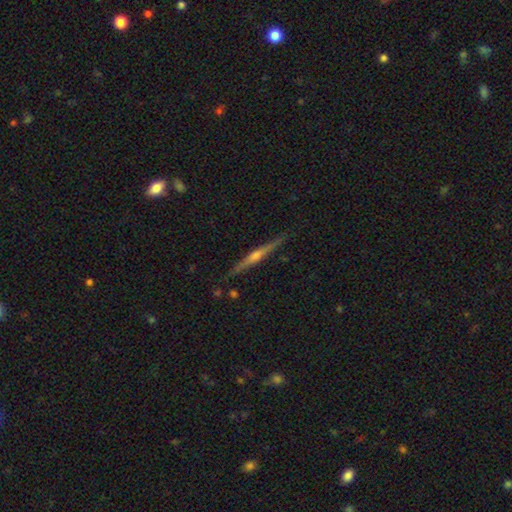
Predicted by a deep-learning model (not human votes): This appears to be a featured or disk galaxy (81%) viewed edge-on (98%) with a rounded central bulge (87%). Merging: none (90%).